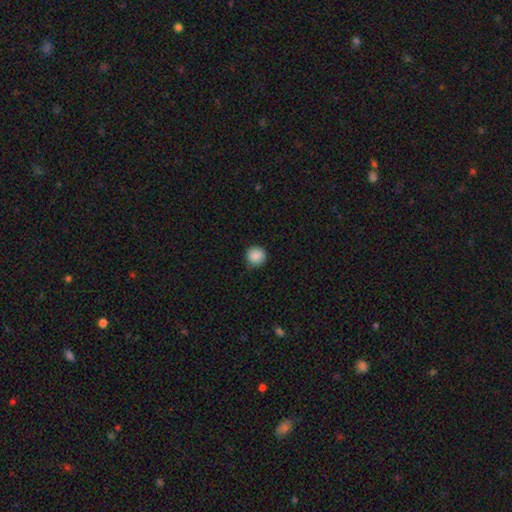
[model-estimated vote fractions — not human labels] This is clearly a smooth galaxy (88%). How rounded: clearly round (95%). Merging: clearly none (86%).